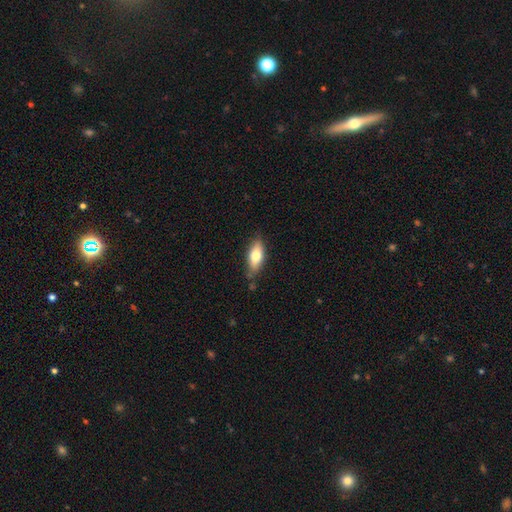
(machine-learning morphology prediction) type=smooth (70%); roundness=in between (76%); merging=none (76%).